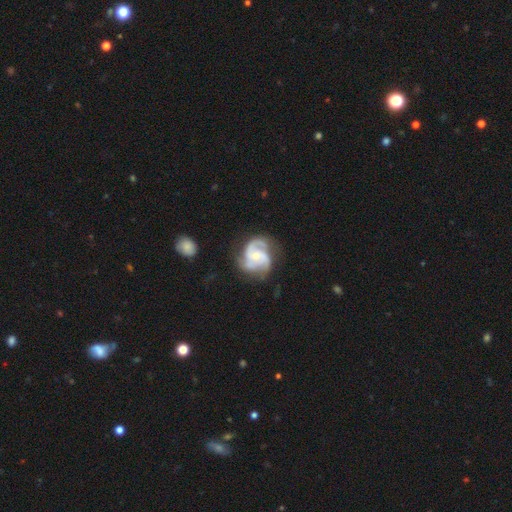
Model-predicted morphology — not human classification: The model was most divided on "spiral winding": medium: 53%, tight: 34%, loose: 13%. More confident: edge-on disk — no (98%); spiral arms — yes (98%); smooth or featured — featured or disk (89%); bar — no (64%); merging — none (64%); spiral arm count — 3 (64%); bulge size — small (62%).